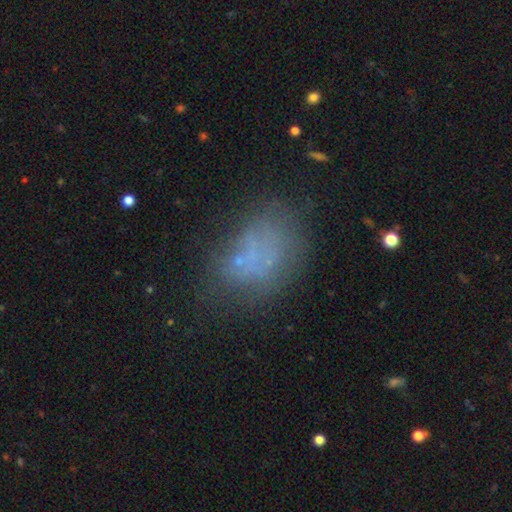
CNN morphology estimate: Smooth or featured: smooth — 47% (featured or disk — 32%)
Merging: none — 51% (minor disturbance — 22%)